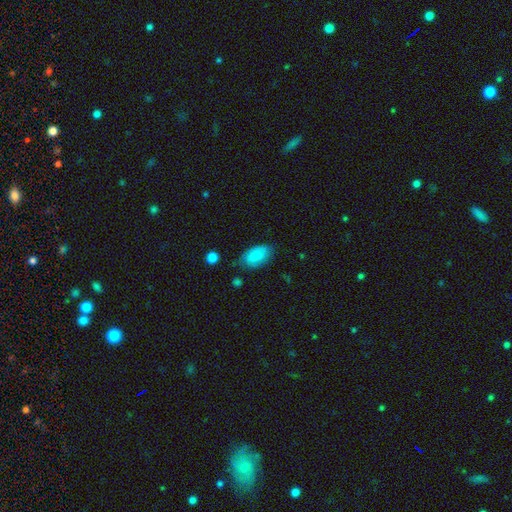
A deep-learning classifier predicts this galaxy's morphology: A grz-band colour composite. It shows a smooth galaxy with no disk features (82%) that is in between round and cigar-shaped (94%). Merging: none (72%).